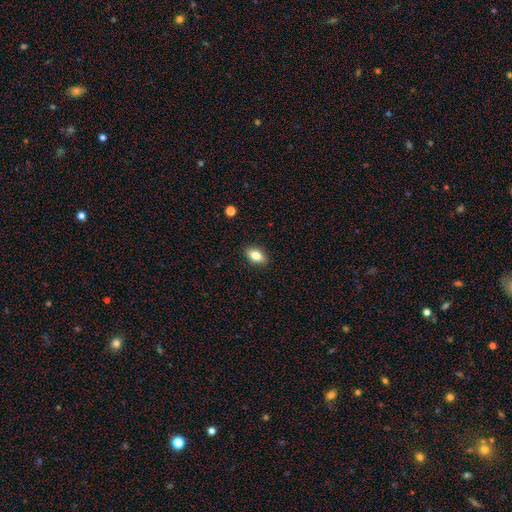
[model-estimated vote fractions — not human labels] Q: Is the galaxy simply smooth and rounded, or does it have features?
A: smooth — 81%.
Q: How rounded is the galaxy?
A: in between — 87%.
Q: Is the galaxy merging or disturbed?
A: none — 89%.